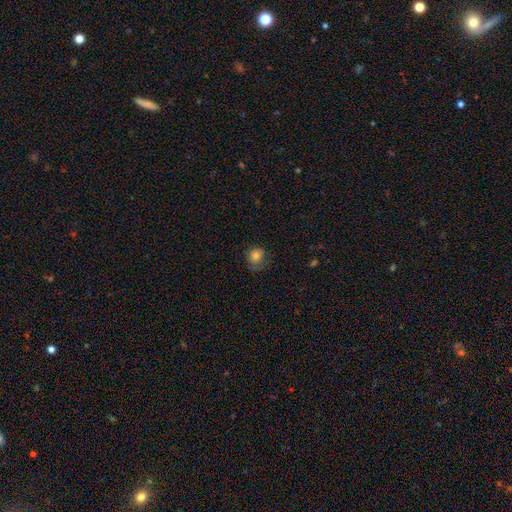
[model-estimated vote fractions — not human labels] This is clearly a smooth galaxy (81%). How rounded: likely round (73%). Merging: likely none (64%).